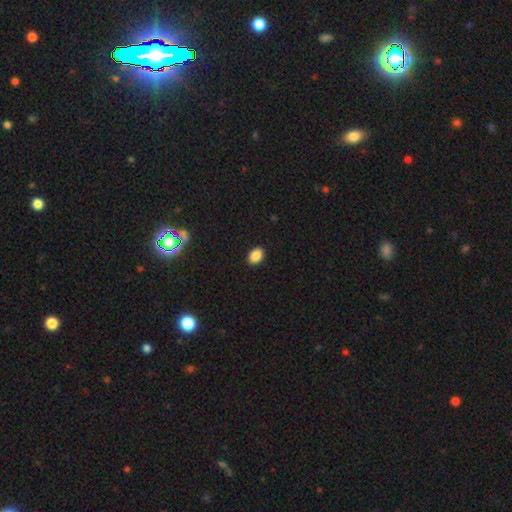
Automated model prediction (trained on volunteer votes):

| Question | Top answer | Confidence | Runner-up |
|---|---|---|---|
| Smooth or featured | smooth | 88% | star or artifact (9%) |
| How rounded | in between | 78% | round (21%) |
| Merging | none | 91% | minor disturbance (7%) |